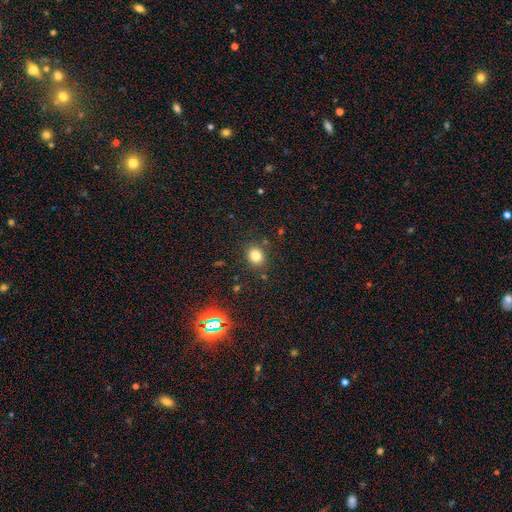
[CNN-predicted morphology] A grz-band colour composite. It shows a smooth galaxy with no disk features (79%) that is round (66%). Merging: none (85%).